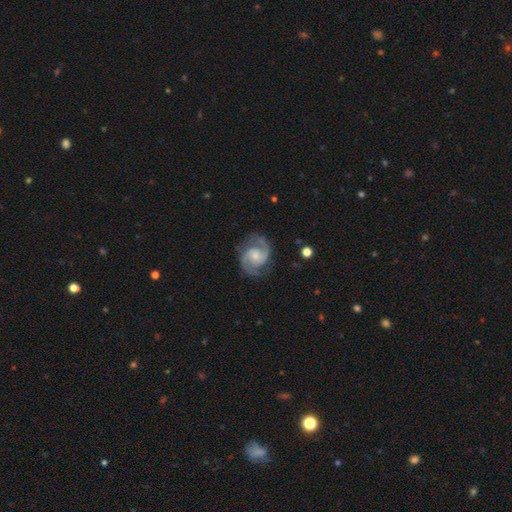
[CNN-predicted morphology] Smooth or featured? featured or disk (90%)
Edge-on disk? no (98%)
Bar? no (57%)
Spiral arms? yes (98%)
Spiral winding? medium (60%)
Spiral arm count? 2 (92%)
Bulge size? small (57%)
Merging? none (79%)